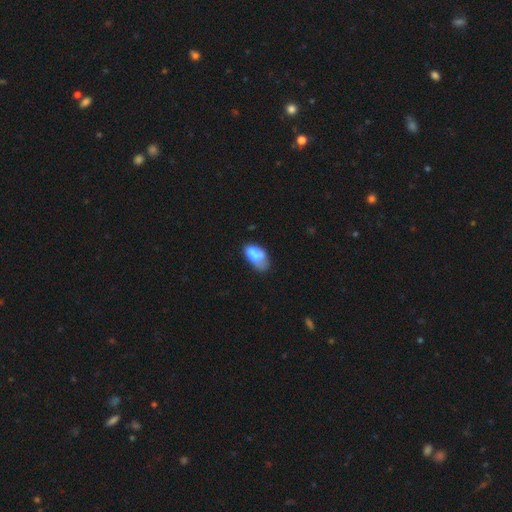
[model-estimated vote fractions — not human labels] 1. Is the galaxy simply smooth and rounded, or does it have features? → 65% smooth, 26% featured or disk, 9% star or artifact.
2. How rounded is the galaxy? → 91% in between, 6% round, 3% cigar-shaped.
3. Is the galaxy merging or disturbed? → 31% none, 27% minor disturbance, 26% merger, 15% major disturbance.